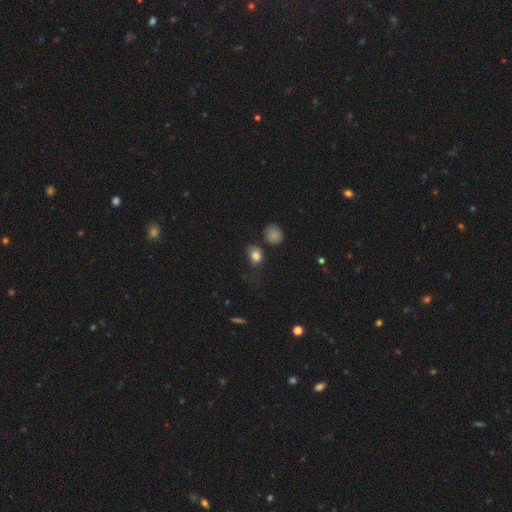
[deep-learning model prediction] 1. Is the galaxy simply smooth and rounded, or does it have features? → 83% smooth, 11% star or artifact, 6% featured or disk.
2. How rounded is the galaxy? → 50% round, 49% in between, 1% cigar-shaped.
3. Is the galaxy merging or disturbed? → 61% none, 22% minor disturbance, 10% major disturbance, 7% merger.